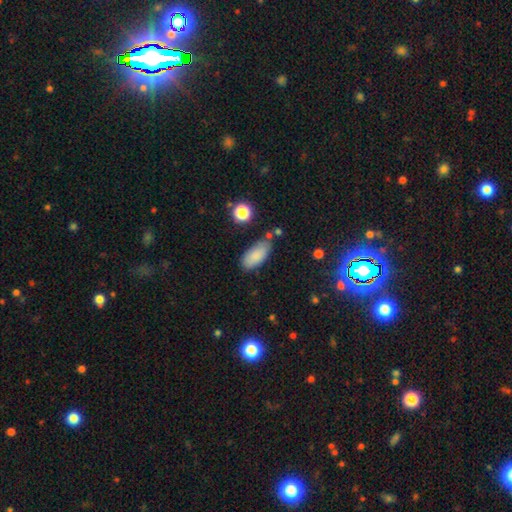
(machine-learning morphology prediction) A smooth galaxy with no disk features (86%) that is in between round and cigar-shaped (88%). Merging: none (72%).